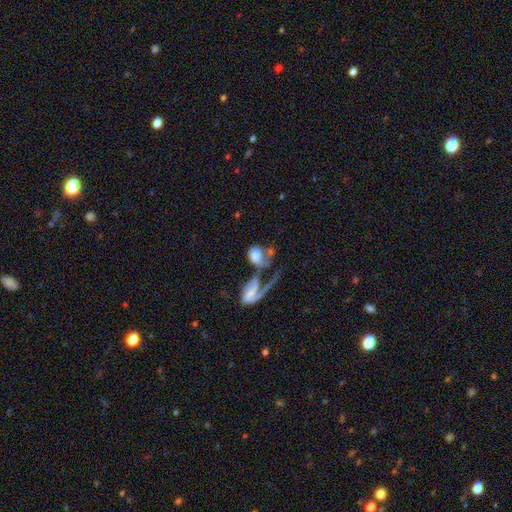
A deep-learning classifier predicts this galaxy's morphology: The model was most divided on "smooth or featured": smooth: 54%, featured or disk: 38%, star or artifact: 8%. More confident: how rounded — in between (63%); merging — merger (55%).